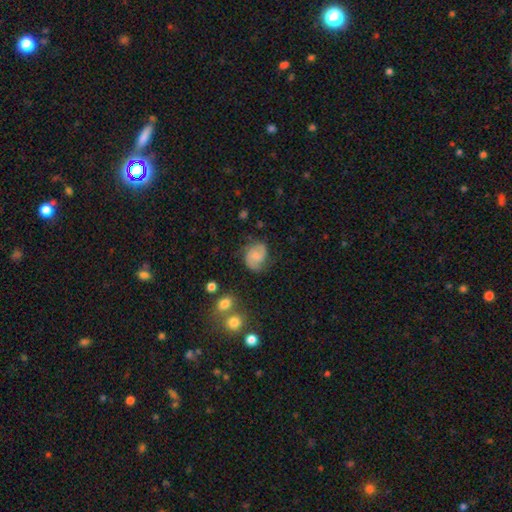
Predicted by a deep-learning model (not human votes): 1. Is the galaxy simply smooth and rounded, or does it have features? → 56% featured or disk, 36% smooth, 9% star or artifact.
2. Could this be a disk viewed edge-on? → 98% no, 2% yes.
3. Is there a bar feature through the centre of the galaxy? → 57% no, 37% weak, 6% strong.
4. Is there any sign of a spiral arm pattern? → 90% yes, 10% no.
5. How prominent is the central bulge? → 46% small, 29% moderate, 20% none, 3% large, 1% dominant.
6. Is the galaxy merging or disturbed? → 64% none, 23% minor disturbance, 10% major disturbance, 2% merger.